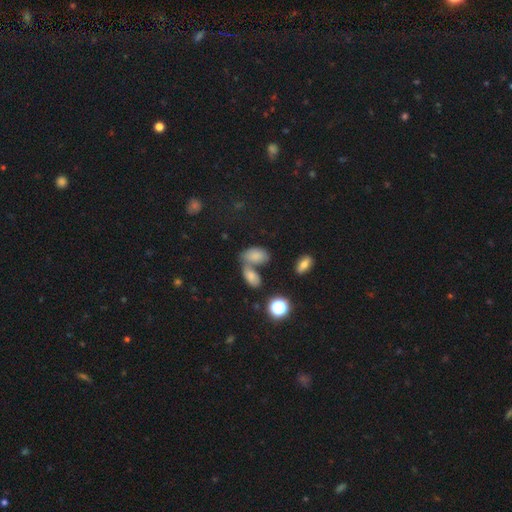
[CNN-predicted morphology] Q: Smooth or featured?
A: smooth (76%); runner-up: star or artifact (13%)
Q: How rounded?
A: in between (90%); runner-up: round (7%)
Q: Merging?
A: merger (47%); runner-up: none (35%)